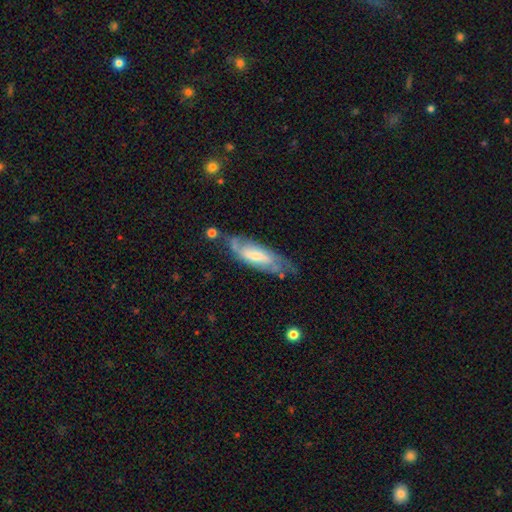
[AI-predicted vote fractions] featured or disk 66%, smooth 28%, star or artifact 6%. Down the decision tree: edge-on disk — no (81%); bar — weak (44%); spiral arms — yes (85%); bulge size — small (46%); merging — none (56%).